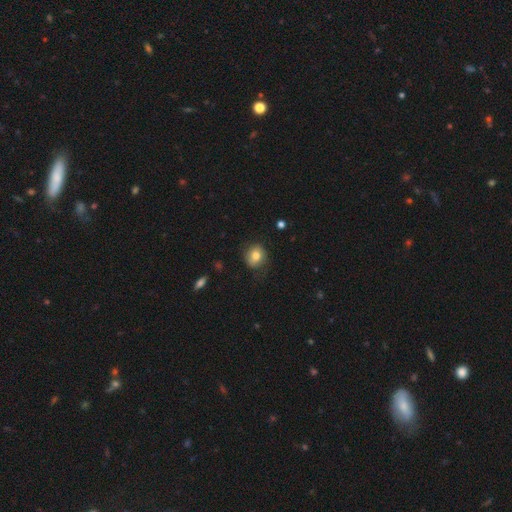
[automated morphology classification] type=smooth (78%); roundness=round (71%); merging=none (73%).